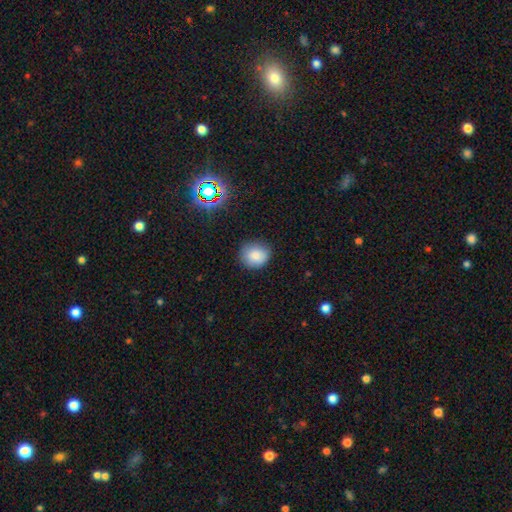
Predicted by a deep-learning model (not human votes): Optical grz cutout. It shows a smooth galaxy with no disk features (84%) that is round (76%). Merging: none (82%).